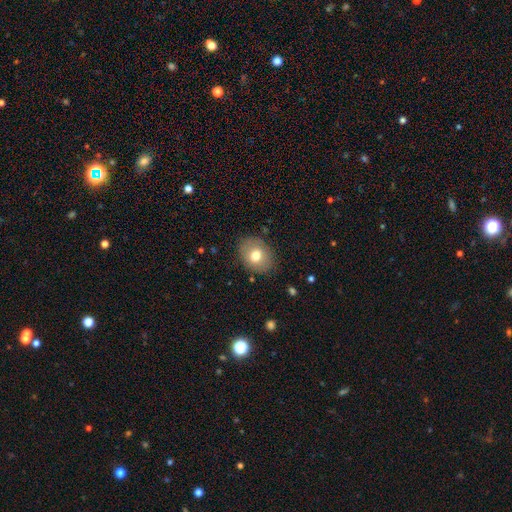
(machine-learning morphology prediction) This is likely a smooth galaxy (74%). How rounded: possibly in between (54%). Merging: clearly none (84%).